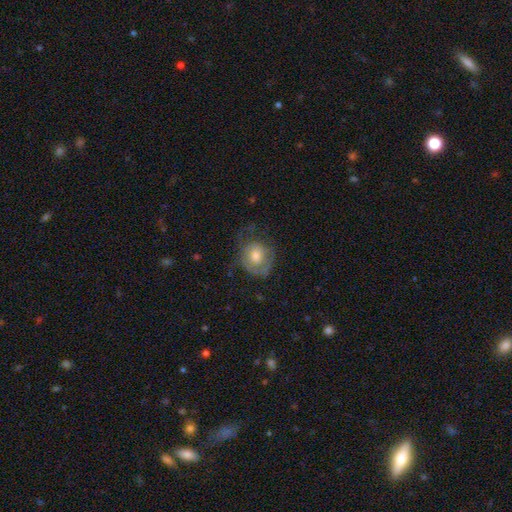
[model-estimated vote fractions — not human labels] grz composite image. It shows a featured or disk galaxy (49%). Merging: none (50%).